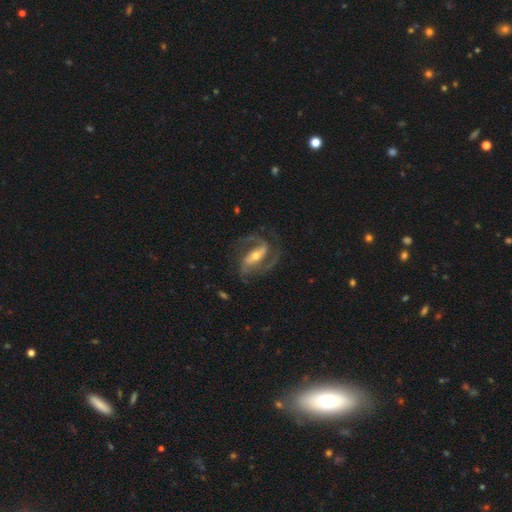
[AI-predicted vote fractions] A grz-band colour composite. It shows a featured or disk galaxy (90%) with a strong bar (61%), 2 (85%) medium (57%) spiral arms (97%) and a moderate central bulge (54%). Merging: none (72%).